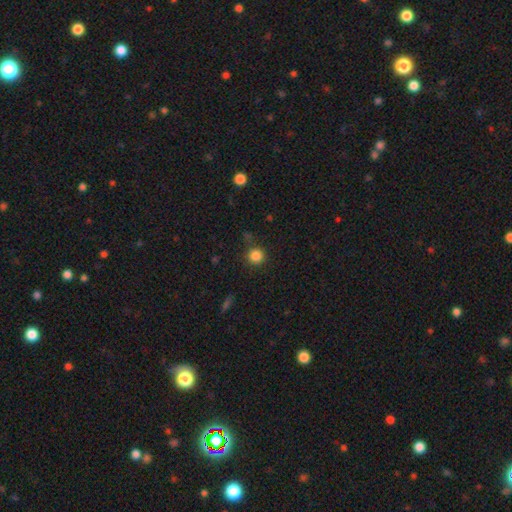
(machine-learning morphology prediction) Smooth or featured? Predicted: smooth (p=0.84). How rounded? Predicted: round (p=0.94). Merging? Predicted: none (p=0.85).